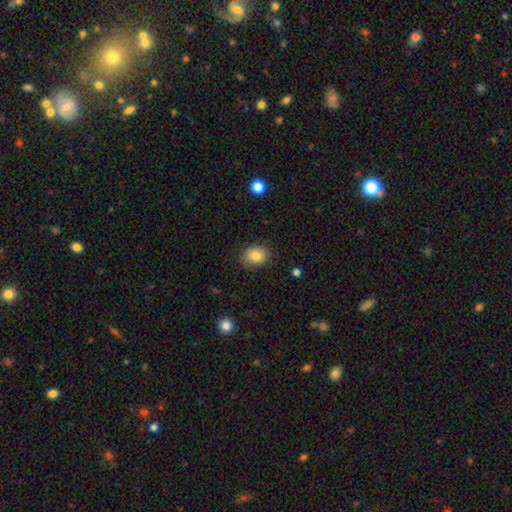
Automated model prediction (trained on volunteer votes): Morphology: type=smooth (83%); roundness=in between (58%); merging=none (84%).